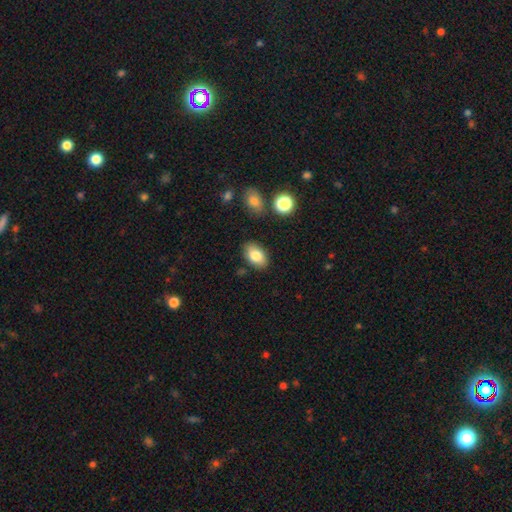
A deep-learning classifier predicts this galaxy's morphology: This appears to be a smooth galaxy with no disk features (82%) that is in between round and cigar-shaped (90%). Merging: none (84%).